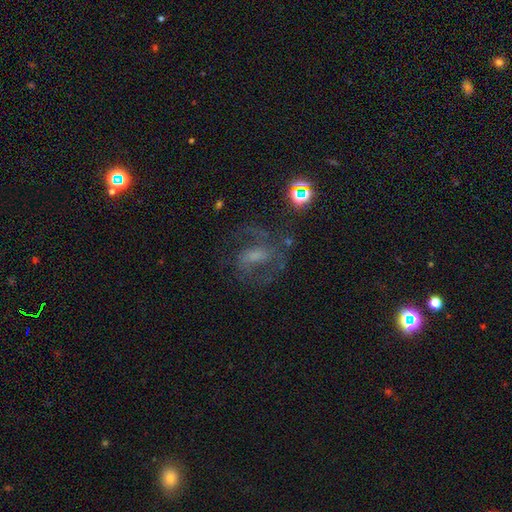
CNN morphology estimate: featured or disk 65%, star or artifact 18%, smooth 17%. Down the decision tree: edge-on disk — no (96%); bar — weak (44%); spiral arms — yes (81%); spiral arm count — 2 (65%); spiral winding — medium (52%); bulge size — moderate (32%); merging — none (58%).